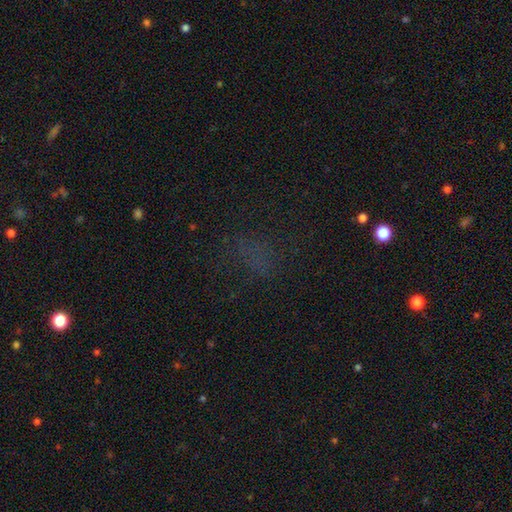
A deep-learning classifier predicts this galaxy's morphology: Smooth or featured: star or artifact — 45% (smooth — 41%)